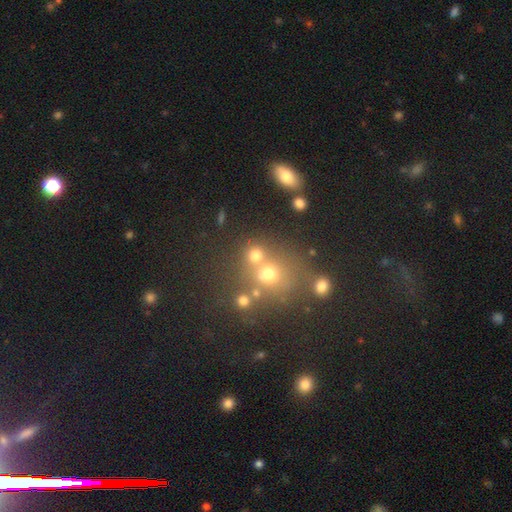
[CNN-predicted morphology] A smooth galaxy with no disk features (70%) that is round (83%).

Vote fractions:
- Smooth or featured? smooth: 70% / star or artifact: 20% / featured or disk: 10%
- How rounded? round: 83% / in between: 16% / cigar-shaped: 1%
- Merging? none: 56% / merger: 31% / minor disturbance: 8% / major disturbance: 5%